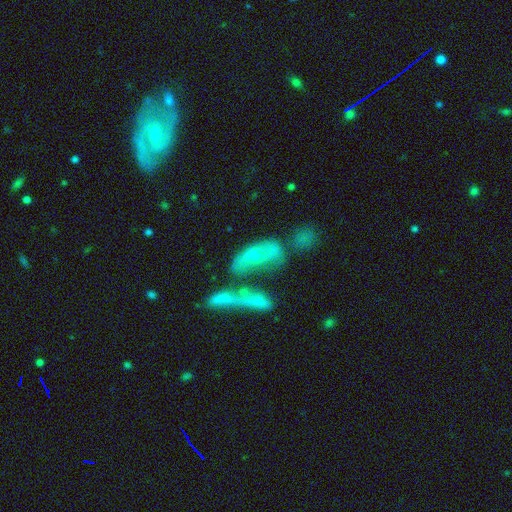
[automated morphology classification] Q: Smooth or featured?
A: smooth (45%); runner-up: featured or disk (44%)
Q: Merging?
A: merger (49%); runner-up: none (23%)